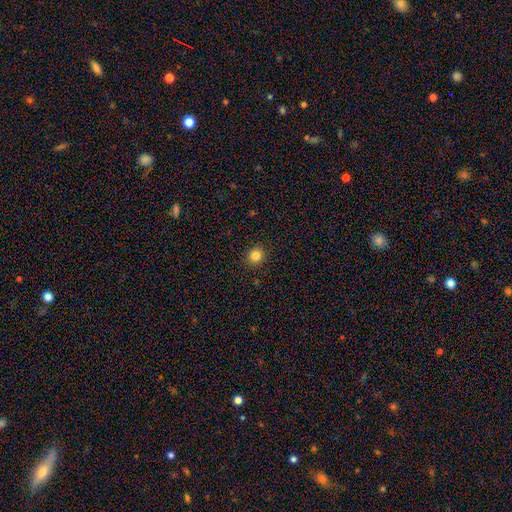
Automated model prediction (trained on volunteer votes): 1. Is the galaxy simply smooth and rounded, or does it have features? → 83% smooth, 12% star or artifact, 5% featured or disk.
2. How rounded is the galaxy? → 87% round, 12% in between, 1% cigar-shaped.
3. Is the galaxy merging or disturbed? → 91% none, 6% minor disturbance, 2% major disturbance, 1% merger.